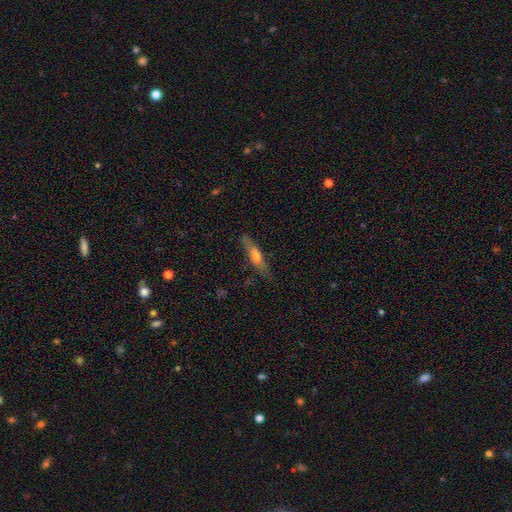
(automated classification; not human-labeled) Overall: smooth (49%; featured or disk 44%). Merging: none (77%).